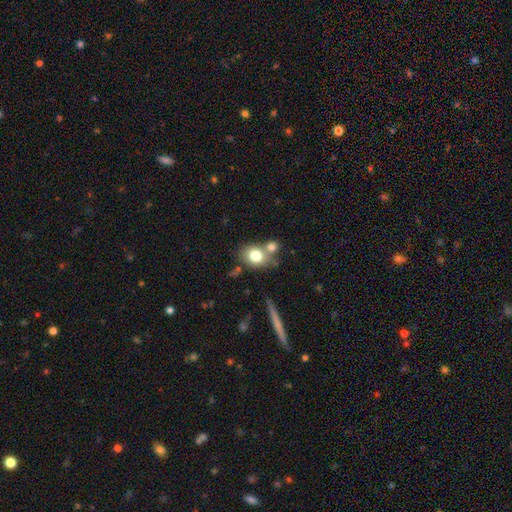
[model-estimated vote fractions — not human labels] A smooth galaxy with no disk features (77%) that is round (50%).

Vote fractions:
- Smooth or featured? smooth: 77% / featured or disk: 13% / star or artifact: 9%
- How rounded? round: 50% / in between: 49% / cigar-shaped: 1%
- Merging? none: 51% / merger: 33% / minor disturbance: 11% / major disturbance: 5%